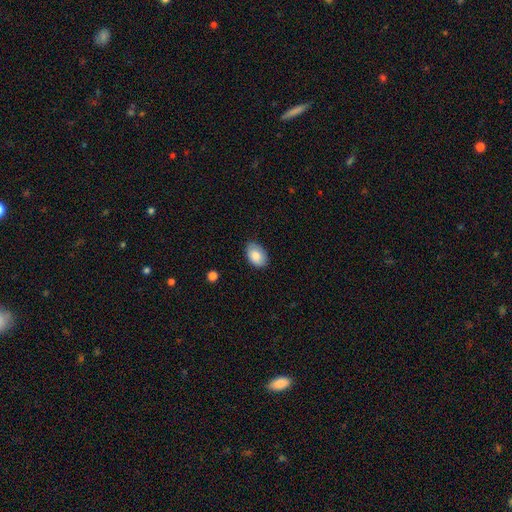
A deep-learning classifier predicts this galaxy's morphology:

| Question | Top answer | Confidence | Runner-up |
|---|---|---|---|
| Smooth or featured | smooth | 83% | featured or disk (10%) |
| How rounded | in between | 88% | round (11%) |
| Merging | none | 81% | minor disturbance (16%) |